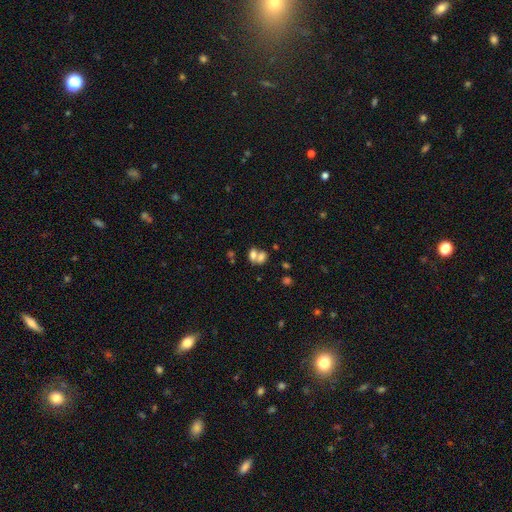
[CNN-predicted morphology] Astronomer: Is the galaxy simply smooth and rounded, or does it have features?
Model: smooth — 68%.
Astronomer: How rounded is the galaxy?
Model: in between — 73%.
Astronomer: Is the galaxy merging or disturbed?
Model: merger — 63%.